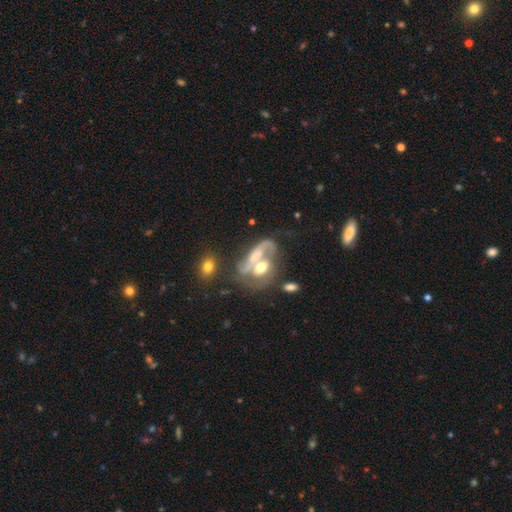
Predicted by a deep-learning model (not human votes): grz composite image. It shows a featured or disk galaxy (65%) with no bar (60%), spiral arms (62%) and a moderate central bulge (56%). Merging: merger (58%).